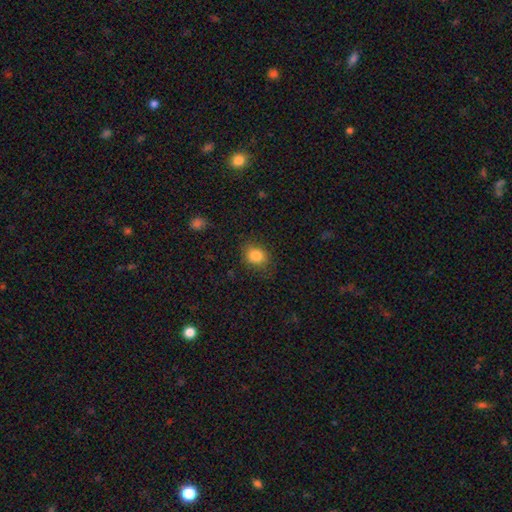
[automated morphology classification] Smooth or featured? Predicted: smooth (p=0.84). How rounded? Predicted: round (p=0.53). Merging? Predicted: none (p=0.80).